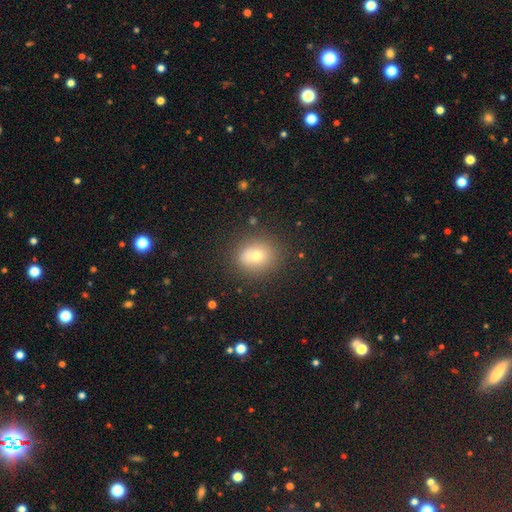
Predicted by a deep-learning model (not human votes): Smooth or featured?
  - smooth: 69% *
  - featured or disk: 16%
  - star or artifact: 15%
How rounded?
  - round: 64% *
  - in between: 35%
  - cigar-shaped: 1%
Merging?
  - none: 78% *
  - minor disturbance: 13%
  - merger: 5%
  - major disturbance: 4%